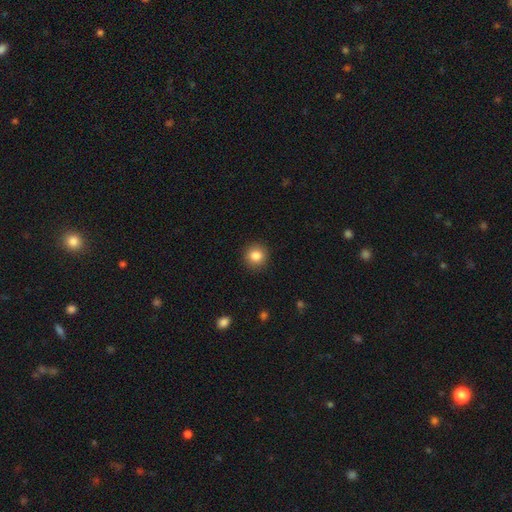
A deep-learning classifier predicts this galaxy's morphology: Smooth or featured?
  - smooth: 85% *
  - star or artifact: 10%
  - featured or disk: 5%
How rounded?
  - round: 91% *
  - in between: 8%
  - cigar-shaped: 1%
Merging?
  - none: 90% *
  - minor disturbance: 7%
  - major disturbance: 2%
  - merger: 1%